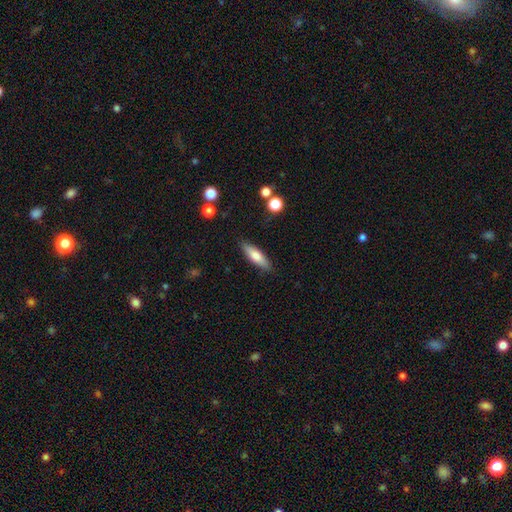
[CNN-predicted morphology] This appears to be a smooth galaxy with no disk features (71%) that is cigar-shaped (55%). Merging: none (87%).